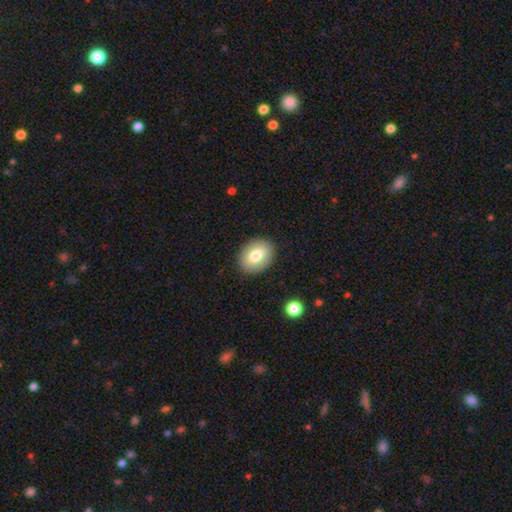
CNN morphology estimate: A smooth galaxy with no disk features (75%) that is in between round and cigar-shaped (73%).

Vote fractions:
- Smooth or featured? smooth: 75% / featured or disk: 18% / star or artifact: 7%
- How rounded? in between: 73% / round: 26% / cigar-shaped: 1%
- Merging? none: 88% / minor disturbance: 8% / major disturbance: 2% / merger: 1%